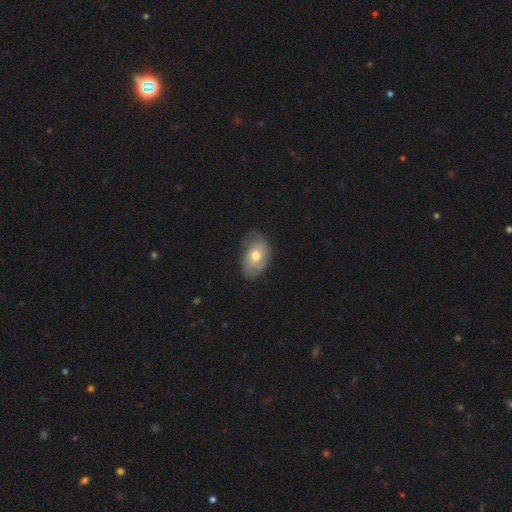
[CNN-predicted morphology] type=smooth (48%); merging=none (60%).